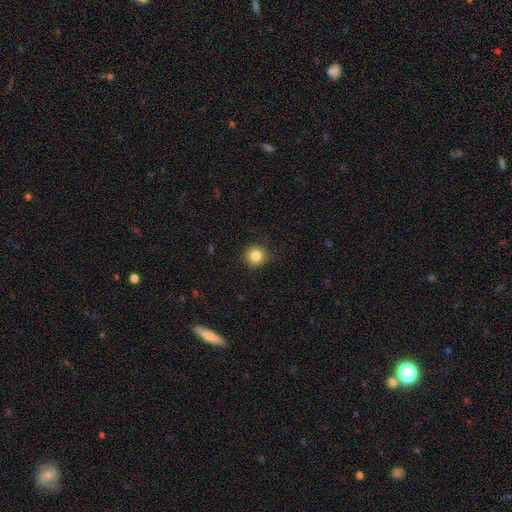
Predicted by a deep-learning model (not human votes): Smooth or featured: smooth — 84% (star or artifact — 11%)
How rounded: round — 93% (in between — 6%)
Merging: none — 90% (minor disturbance — 7%)